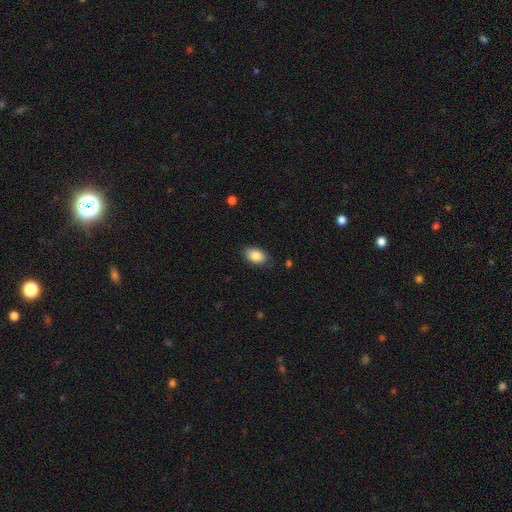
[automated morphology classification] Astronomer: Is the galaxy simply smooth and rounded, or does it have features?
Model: smooth — 87%.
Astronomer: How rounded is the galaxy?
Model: in between — 90%.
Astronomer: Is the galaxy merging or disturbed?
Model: none — 82%.